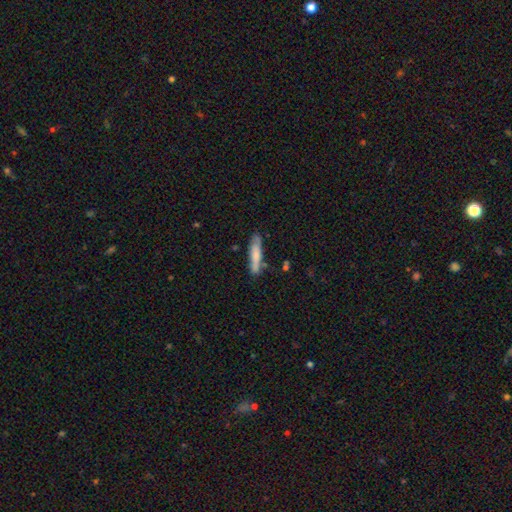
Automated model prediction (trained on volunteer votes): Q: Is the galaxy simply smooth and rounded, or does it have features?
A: smooth — 75%.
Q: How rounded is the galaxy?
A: cigar-shaped — 84%.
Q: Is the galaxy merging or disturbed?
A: none — 73%.